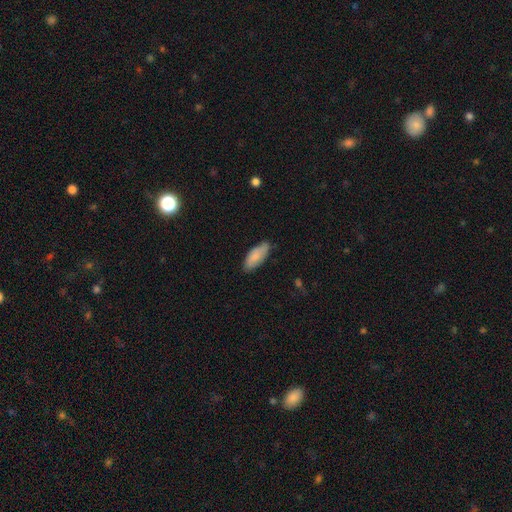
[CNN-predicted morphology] The model was most divided on "merging": none: 77%, minor disturbance: 19%, major disturbance: 3%, merger: 1%. More confident: smooth or featured — smooth (83%); how rounded — in between (82%).